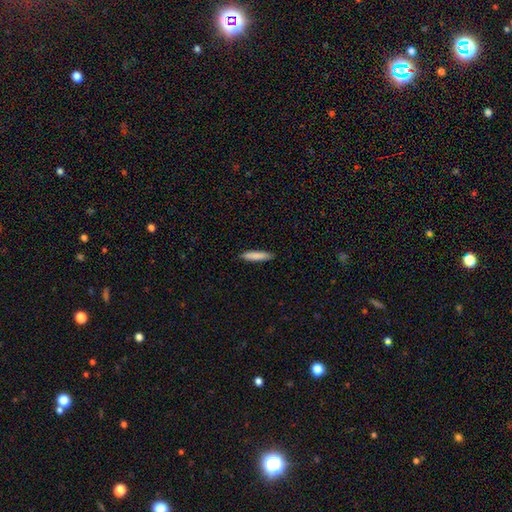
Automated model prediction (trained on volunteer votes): Overall: smooth (86%). How rounded: cigar-shaped (85%). Merging: none (89%).